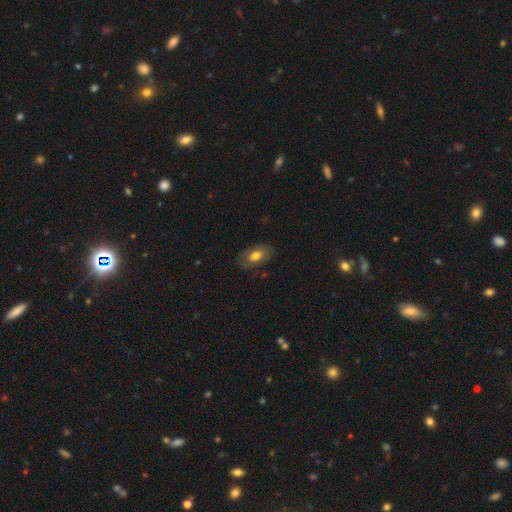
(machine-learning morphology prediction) Smooth or featured? Predicted: smooth (p=0.59). How rounded? Predicted: in between (p=0.91). Merging? Predicted: none (p=0.78).